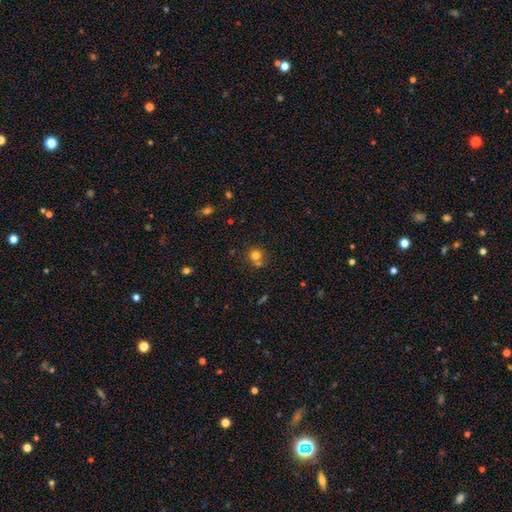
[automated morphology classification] smooth_or_featured: smooth (p=0.76) [alt: star or artifact p=0.15]
how_rounded: round (p=0.86) [alt: in between p=0.13]
merging: none (p=0.57) [alt: merger p=0.29]